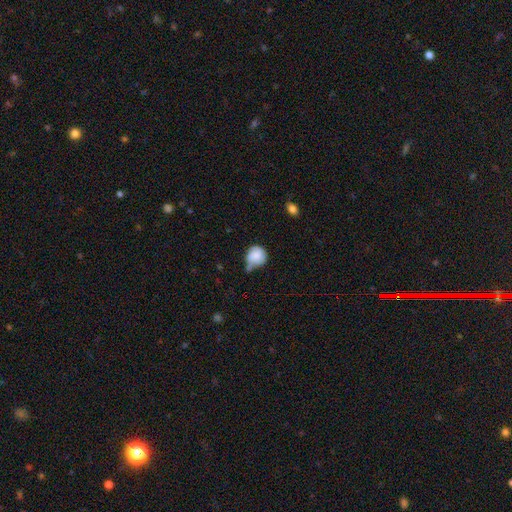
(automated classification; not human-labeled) Q: Smooth or featured?
A: smooth (80%); runner-up: featured or disk (12%)
Q: How rounded?
A: round (84%); runner-up: in between (15%)
Q: Merging?
A: none (38%); runner-up: minor disturbance (37%)